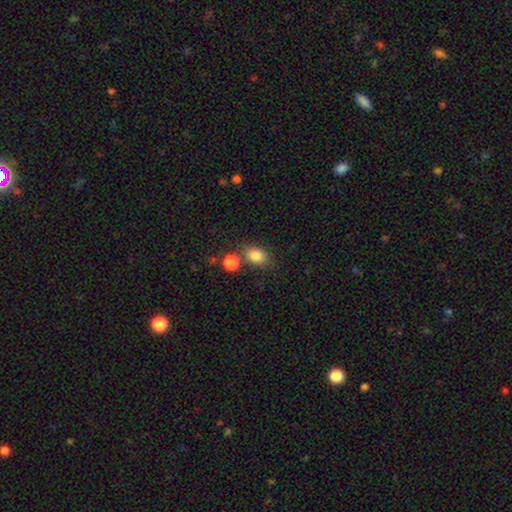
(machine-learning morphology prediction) Smooth or featured: smooth — 84% (star or artifact — 10%)
How rounded: in between — 73% (round — 25%)
Merging: none — 70% (merger — 14%)